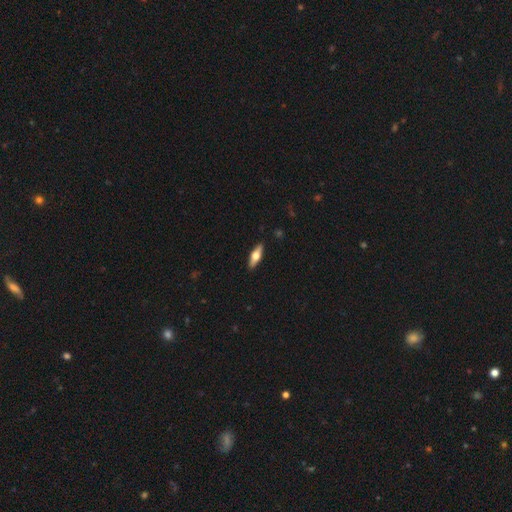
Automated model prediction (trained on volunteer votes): smooth 50%, featured or disk 44%, star or artifact 6%. Down the decision tree: how rounded — in between (50%); merging — none (90%).